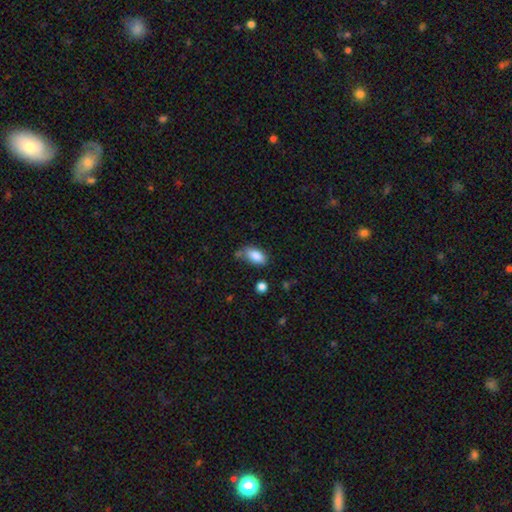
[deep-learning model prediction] Smooth or featured? smooth (84%)
How rounded? in between (91%)
Merging? none (60%)